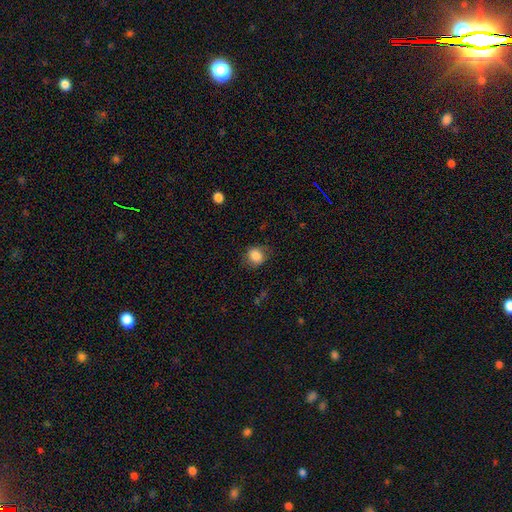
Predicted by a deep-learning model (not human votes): Overall: smooth (84%). How rounded: round (66%; in between 33%). Merging: none (73%).